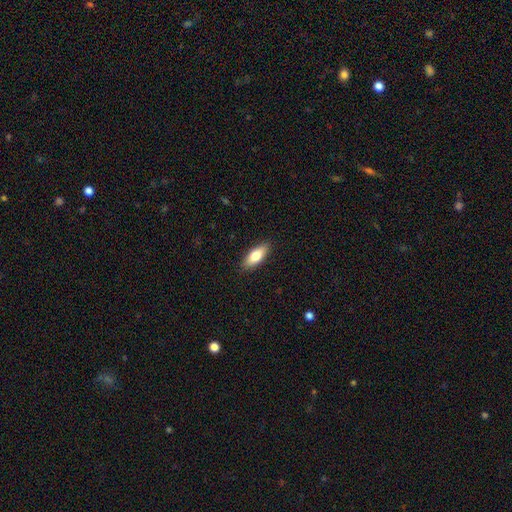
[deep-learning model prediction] smooth 76%, featured or disk 18%, star or artifact 6%. Down the decision tree: how rounded — in between (75%); merging — none (89%).